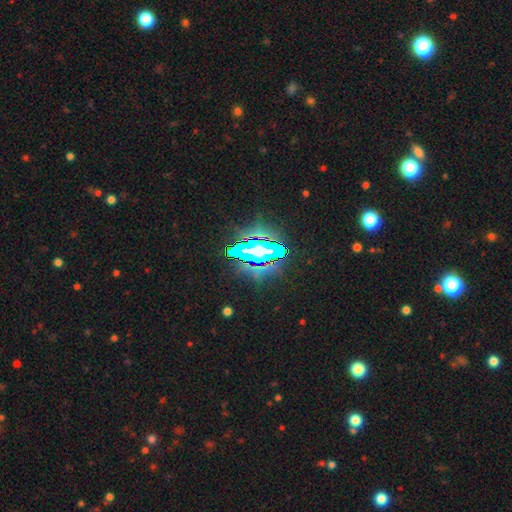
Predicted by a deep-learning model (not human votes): Smooth or featured? star or artifact (84%)